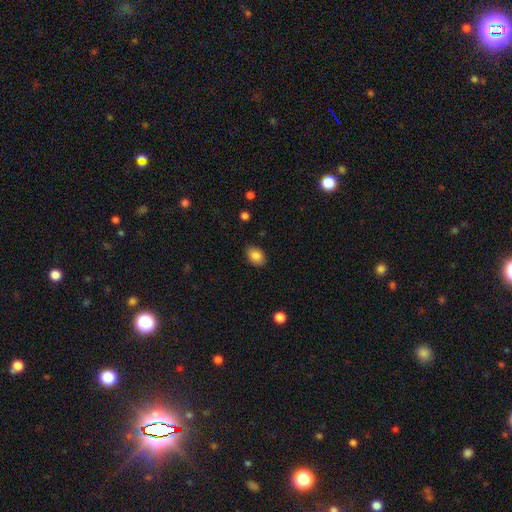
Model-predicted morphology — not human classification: The model was most divided on "how rounded": in between: 79%, round: 20%, cigar-shaped: 1%. More confident: smooth or featured — smooth (85%); merging — none (84%).